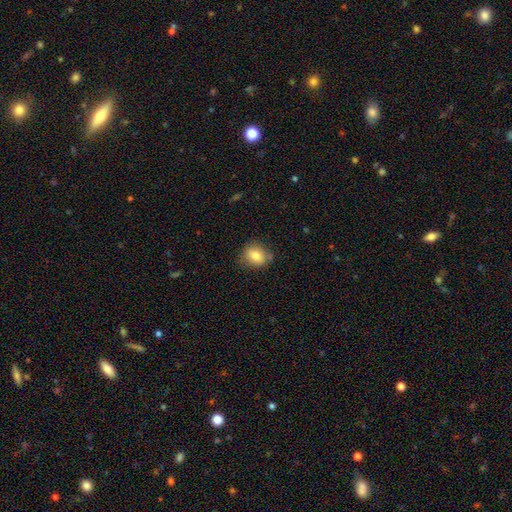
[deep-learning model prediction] This appears to be a smooth galaxy with no disk features (80%) that is round (58%). Merging: none (74%).